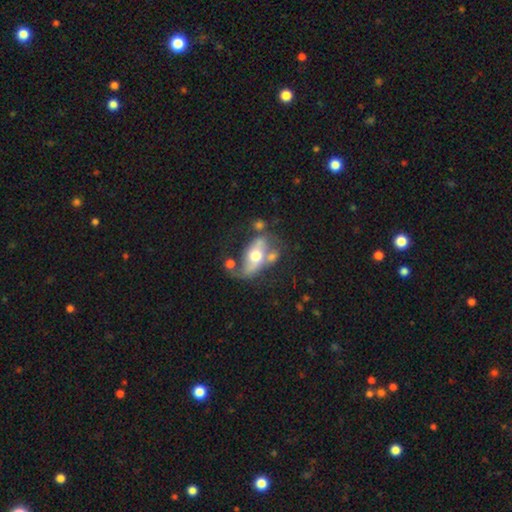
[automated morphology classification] featured or disk 62%, smooth 32%, star or artifact 6%. Down the decision tree: edge-on disk — no (89%); bar — no (58%); spiral arms — yes (54%); bulge size — moderate (70%); merging — none (38%).